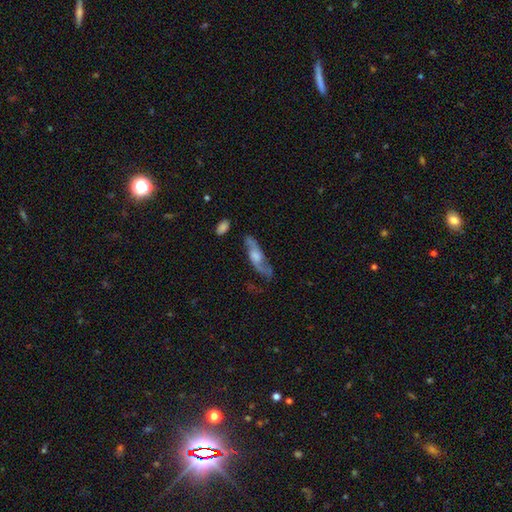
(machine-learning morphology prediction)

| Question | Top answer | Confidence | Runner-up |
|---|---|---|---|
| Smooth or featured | featured or disk | 70% | smooth (24%) |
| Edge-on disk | no | 68% | yes (32%) |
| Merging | none | 67% | minor disturbance (20%) |